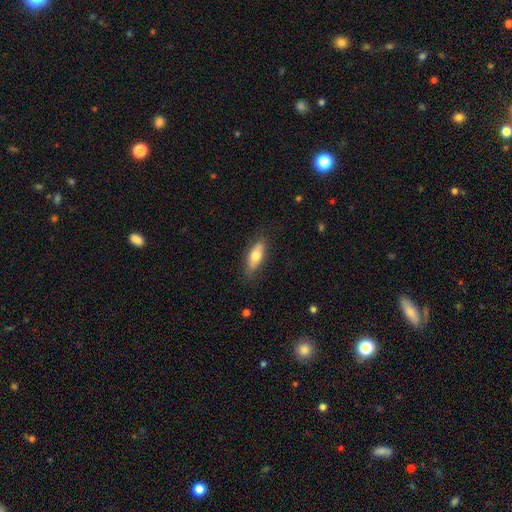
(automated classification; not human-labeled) smooth-or-featured: smooth: 69% | featured or disk: 25% | star or artifact: 6%
  how-rounded: in between: 71% | cigar-shaped: 26% | round: 3%
  merging: none: 79% | minor disturbance: 16% | major disturbance: 4% | merger: 1%